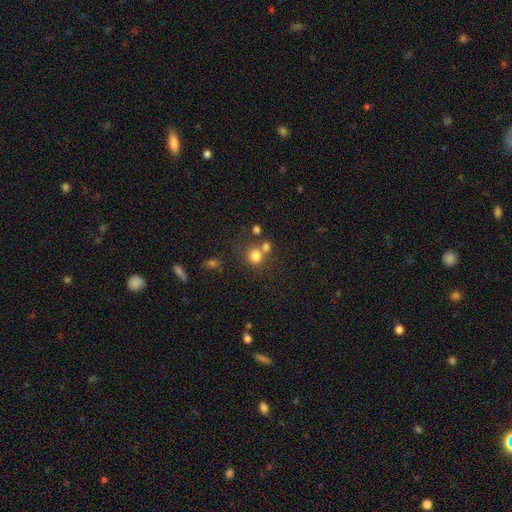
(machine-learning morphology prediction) Smooth or featured: smooth — 77% (star or artifact — 14%)
How rounded: round — 83% (in between — 16%)
Merging: none — 55% (merger — 31%)